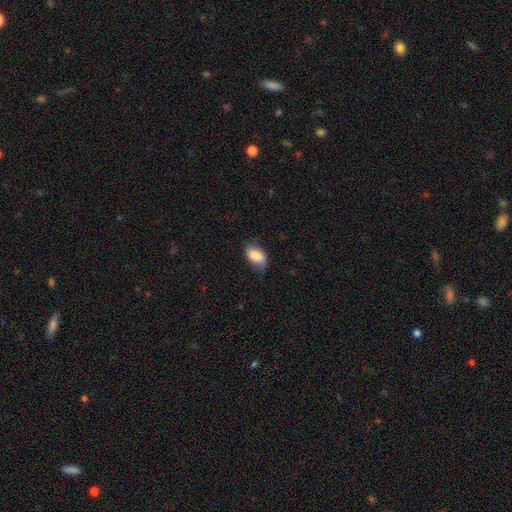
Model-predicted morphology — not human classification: This appears to be a smooth galaxy with no disk features (81%) that is in between round and cigar-shaped (90%). Merging: none (63%).